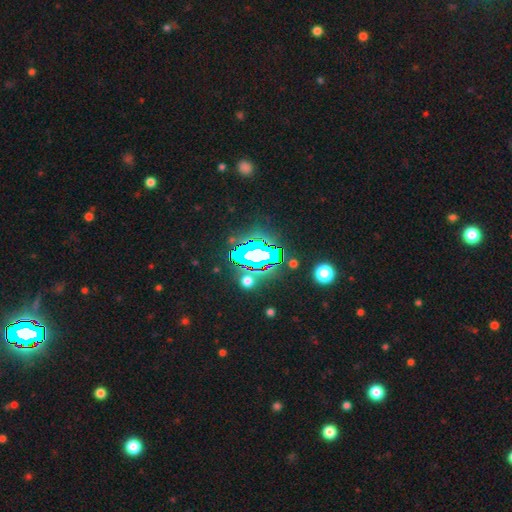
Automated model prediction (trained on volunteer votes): Smooth or featured: star or artifact — 67% (smooth — 17%)